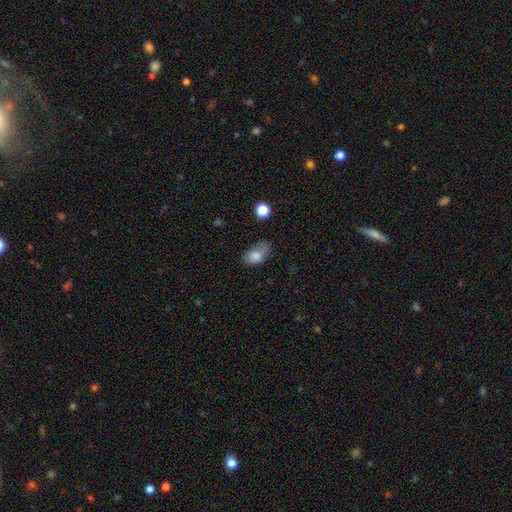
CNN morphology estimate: Smooth or featured? smooth (79%)
How rounded? in between (86%)
Merging? none (42%)